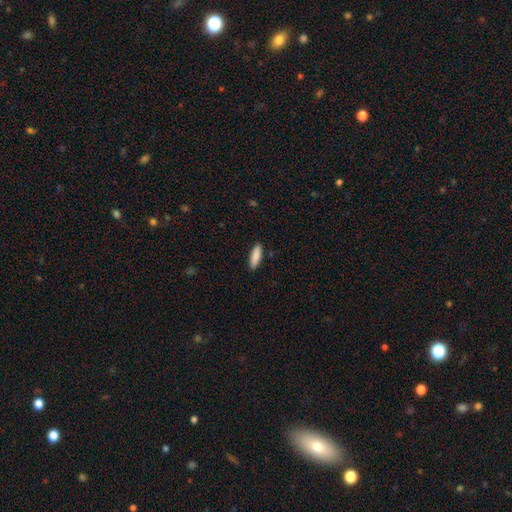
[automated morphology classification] Smooth or featured: smooth — 88% (featured or disk — 6%)
How rounded: cigar-shaped — 61% (in between — 38%)
Merging: none — 89% (minor disturbance — 8%)